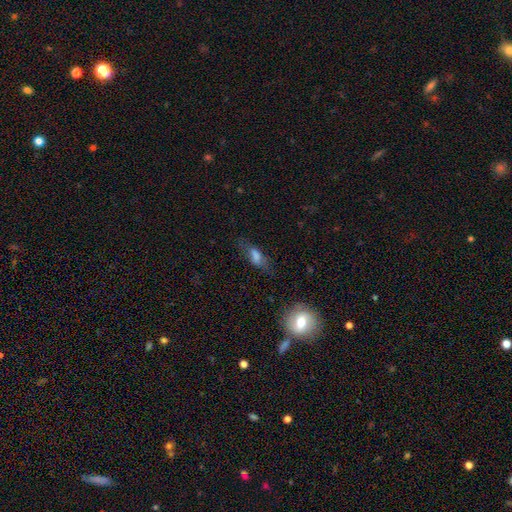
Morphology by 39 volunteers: Smooth or featured? 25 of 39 (64%) said smooth. How rounded? 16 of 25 (64%) said cigar-shaped. Merging? 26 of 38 (68%) said none.